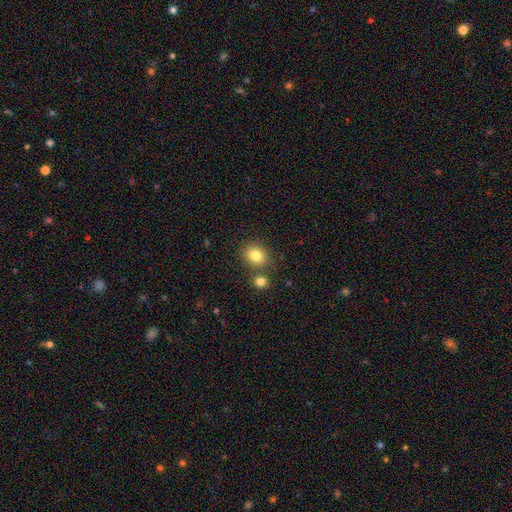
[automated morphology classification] type=smooth (82%); roundness=round (68%); merging=none (73%).